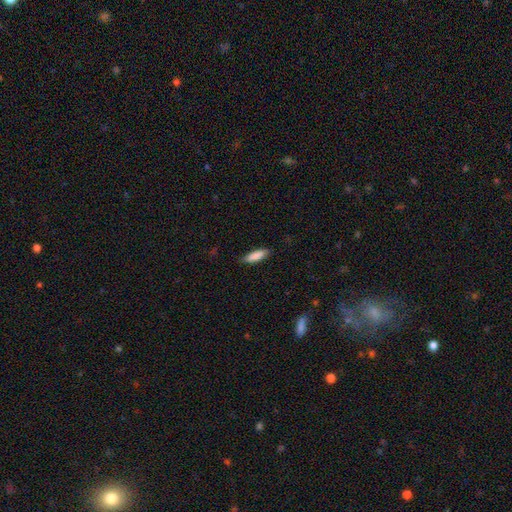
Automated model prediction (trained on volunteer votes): Overall: smooth (87%). How rounded: cigar-shaped (50%; in between 48%). Merging: none (81%).